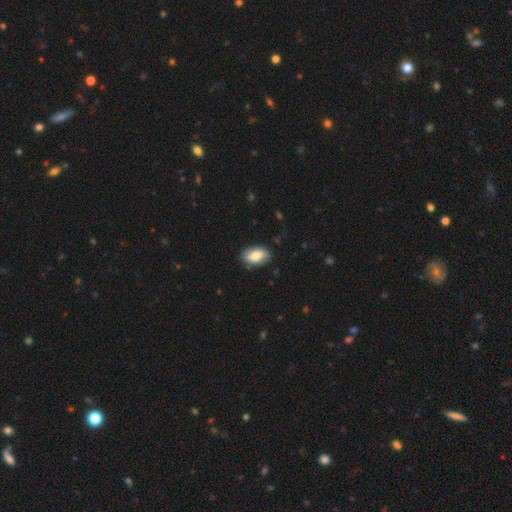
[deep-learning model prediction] A smooth galaxy with no disk features (79%) that is in between round and cigar-shaped (92%). Merging: none (83%).